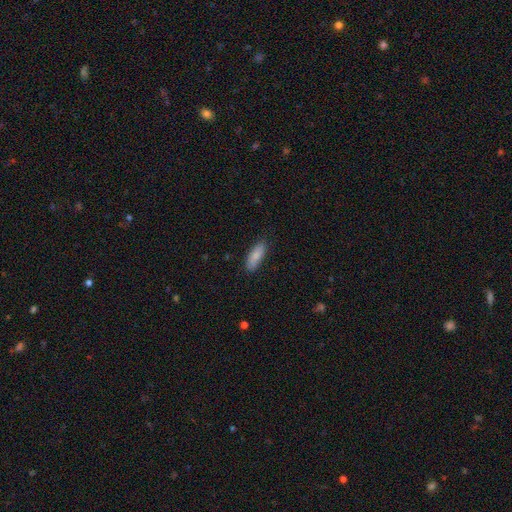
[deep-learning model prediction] smooth-or-featured: smooth: 84% | featured or disk: 10% | star or artifact: 6%
  how-rounded: in between: 66% | cigar-shaped: 32% | round: 2%
  merging: none: 84% | minor disturbance: 12% | major disturbance: 2% | merger: 1%